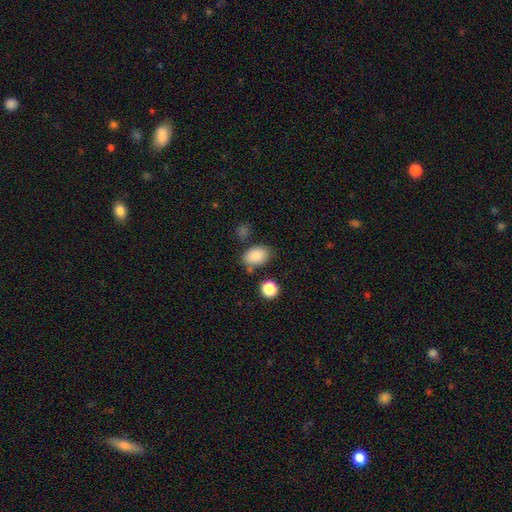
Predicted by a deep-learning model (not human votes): Q: Smooth or featured?
A: smooth (87%); runner-up: star or artifact (9%)
Q: How rounded?
A: in between (84%); runner-up: round (15%)
Q: Merging?
A: none (73%); runner-up: minor disturbance (15%)